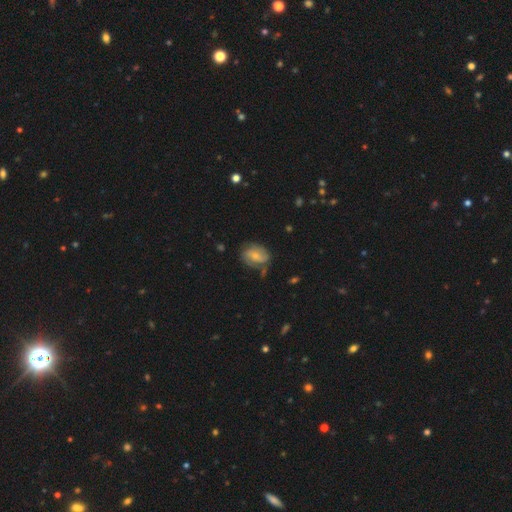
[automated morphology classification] smooth_or_featured: featured or disk (p=0.53) [alt: smooth p=0.40]
disk_edge_on: no (p=0.96) [alt: yes p=0.04]
bar: no (p=0.60) [alt: weak p=0.33]
has_spiral_arms: yes (p=0.80) [alt: no p=0.20]
bulge_size: small (p=0.59) [alt: moderate p=0.35]
merging: none (p=0.62) [alt: minor disturbance p=0.26]